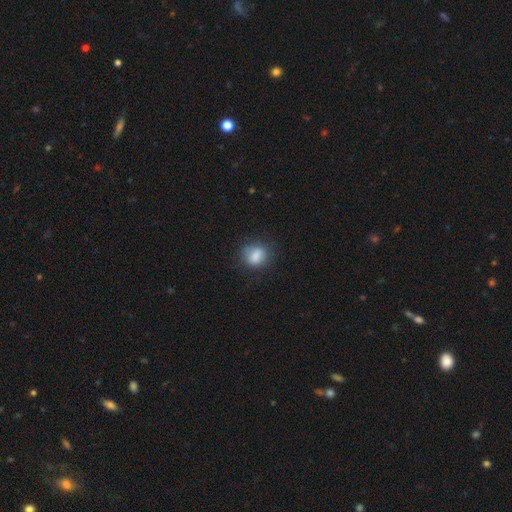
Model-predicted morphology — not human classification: smooth 82%, featured or disk 9%, star or artifact 9%. Down the decision tree: how rounded — round (58%); merging — none (74%).